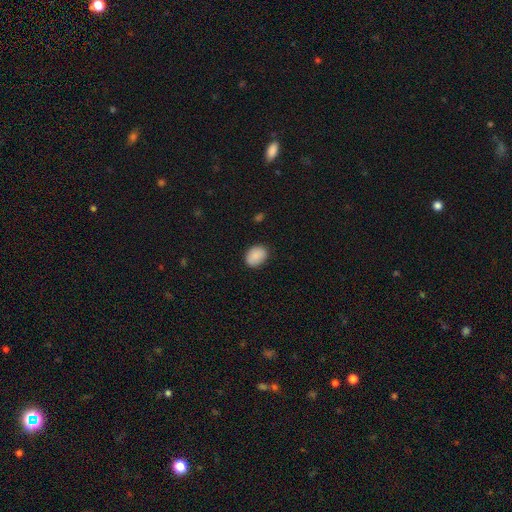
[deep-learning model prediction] This is clearly a smooth galaxy (89%). How rounded: likely in between (68%). Merging: clearly none (87%).